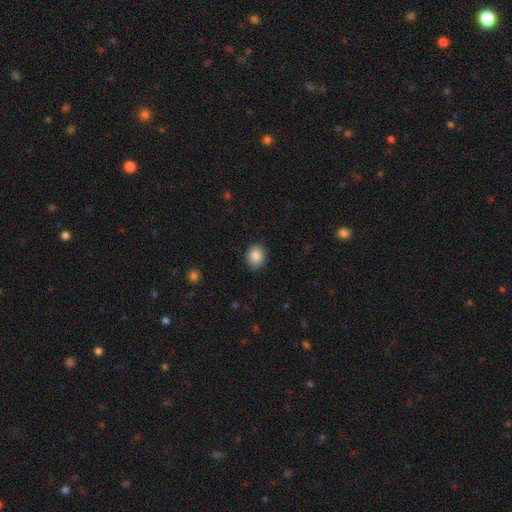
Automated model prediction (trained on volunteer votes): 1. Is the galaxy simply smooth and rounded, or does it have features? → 88% smooth, 8% star or artifact, 4% featured or disk.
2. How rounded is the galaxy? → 61% round, 38% in between, 1% cigar-shaped.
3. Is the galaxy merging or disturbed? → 85% none, 11% minor disturbance, 2% major disturbance, 1% merger.